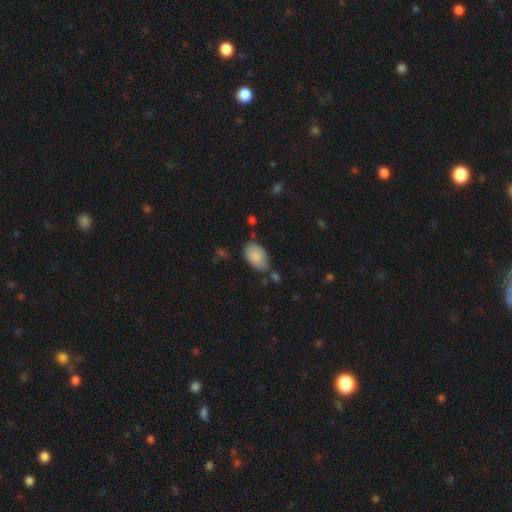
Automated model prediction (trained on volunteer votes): The model was most divided on "merging": none: 59%, minor disturbance: 27%, merger: 8%, major disturbance: 6%. More confident: how rounded — in between (92%); smooth or featured — smooth (85%).